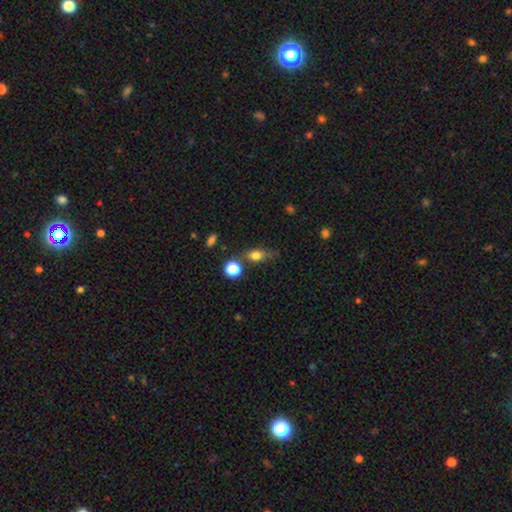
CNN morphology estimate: Smooth or featured: smooth — 76% (featured or disk — 12%)
How rounded: in between — 63% (round — 26%)
Merging: none — 56% (minor disturbance — 23%)